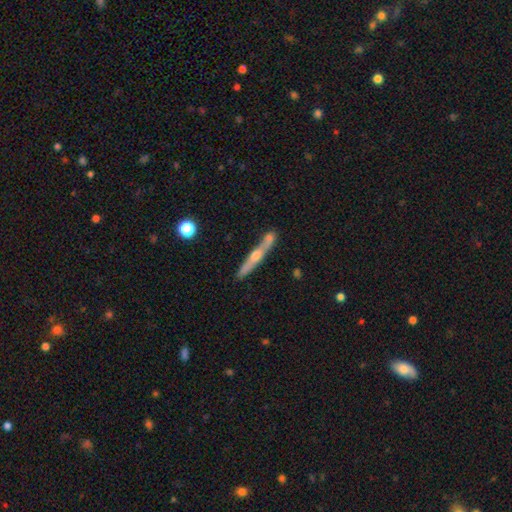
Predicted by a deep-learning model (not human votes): The model was most divided on "smooth or featured": featured or disk: 61%, smooth: 32%, star or artifact: 6%. More confident: edge-on disk — yes (93%); edge-on bulge — rounded (82%); merging — none (70%).